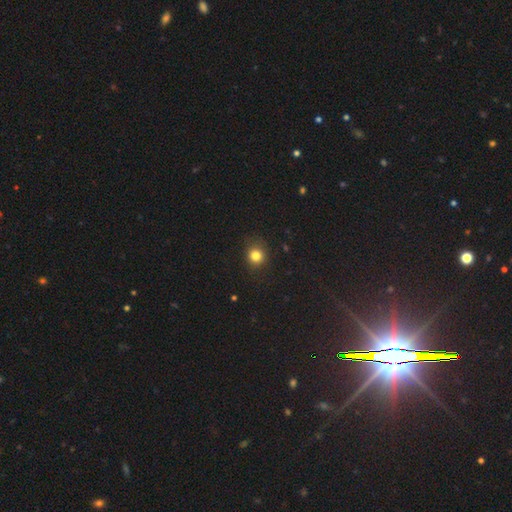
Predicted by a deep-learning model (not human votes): Smooth or featured? smooth (82%)
How rounded? round (86%)
Merging? none (85%)